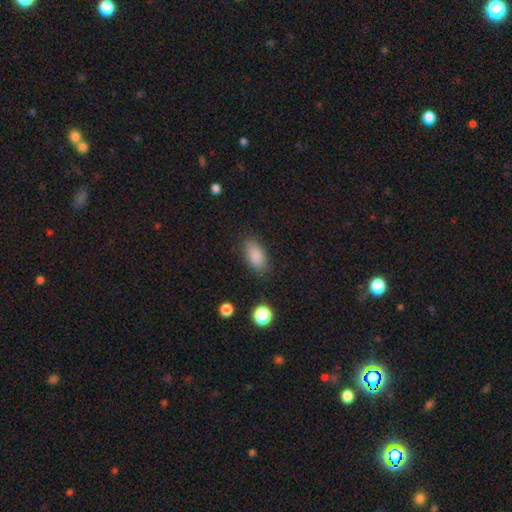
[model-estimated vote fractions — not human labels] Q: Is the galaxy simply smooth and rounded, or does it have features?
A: smooth — 86%.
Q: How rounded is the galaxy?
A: in between — 89%.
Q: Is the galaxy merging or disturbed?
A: none — 83%.